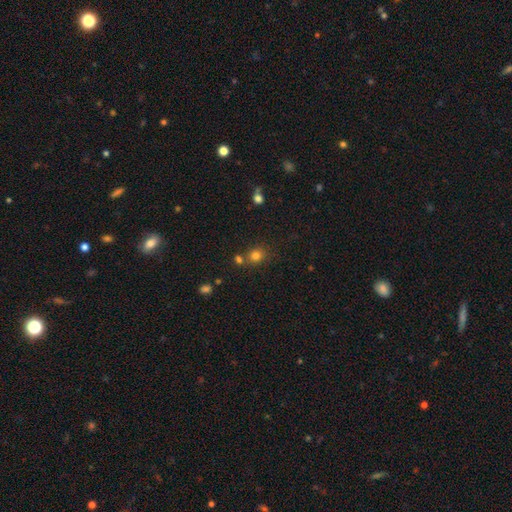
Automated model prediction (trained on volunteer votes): Smooth or featured? Predicted: smooth (p=0.78). How rounded? Predicted: round (p=0.80). Merging? Predicted: none (p=0.67).